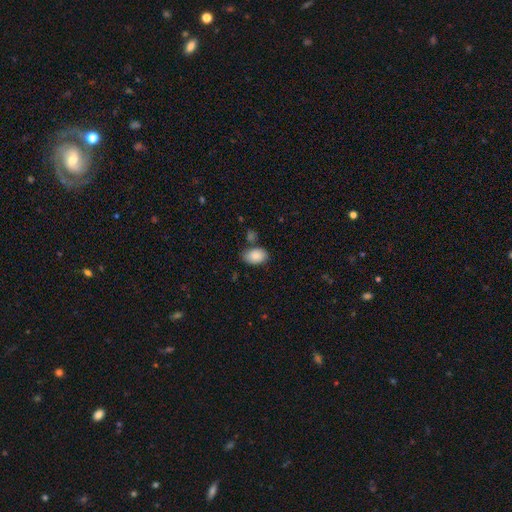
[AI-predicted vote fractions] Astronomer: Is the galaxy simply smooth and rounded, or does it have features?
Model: smooth — 88%.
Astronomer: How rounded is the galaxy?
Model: in between — 89%.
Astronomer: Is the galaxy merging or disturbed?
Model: none — 71%.